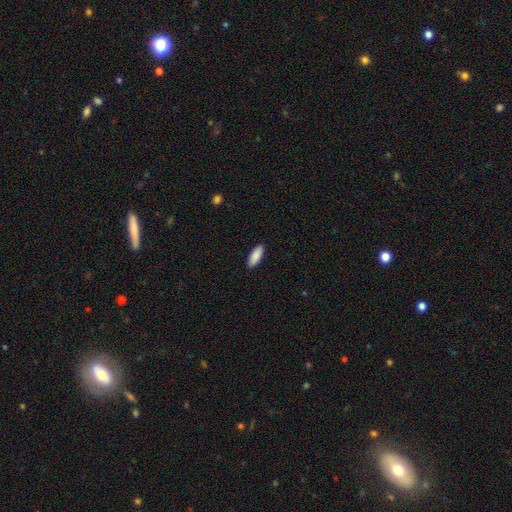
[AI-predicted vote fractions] The model was most divided on "how rounded": in between: 69%, cigar-shaped: 29%, round: 2%. More confident: merging — none (90%); smooth or featured — smooth (89%).